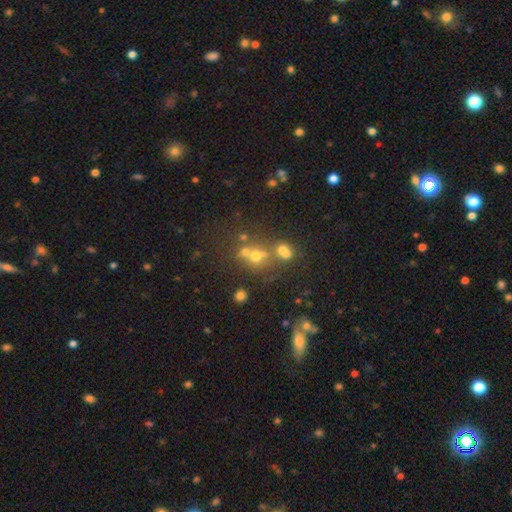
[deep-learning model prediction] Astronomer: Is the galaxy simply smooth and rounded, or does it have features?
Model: smooth — 53% (runner-up: star or artifact, 28%).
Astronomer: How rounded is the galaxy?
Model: round — 79%.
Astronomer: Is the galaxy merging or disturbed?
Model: none — 49% (runner-up: merger, 34%).